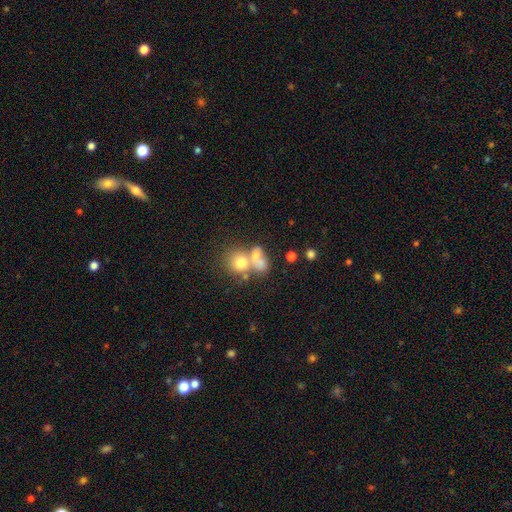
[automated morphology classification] smooth-or-featured: smooth: 65% | featured or disk: 23% | star or artifact: 12%
  how-rounded: round: 54% | in between: 44% | cigar-shaped: 2%
  merging: merger: 61% | none: 24% | minor disturbance: 8% | major disturbance: 7%